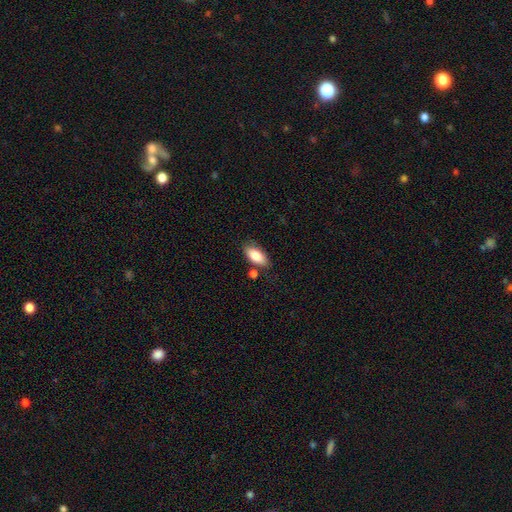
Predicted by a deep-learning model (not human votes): Q: Smooth or featured?
A: smooth (82%); runner-up: featured or disk (12%)
Q: How rounded?
A: in between (89%); runner-up: cigar-shaped (8%)
Q: Merging?
A: none (76%); runner-up: minor disturbance (14%)